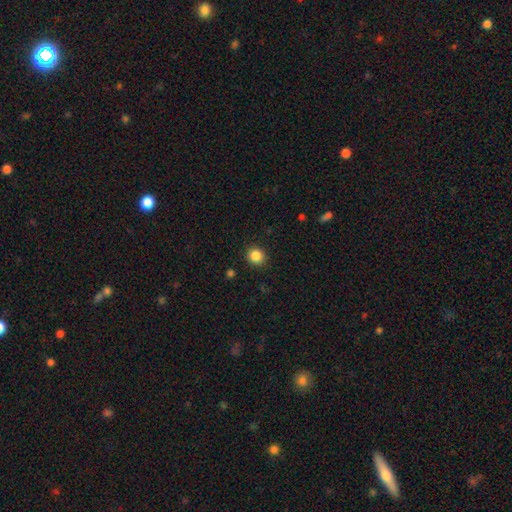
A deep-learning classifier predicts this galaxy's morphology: Q: Smooth or featured?
A: smooth (86%); runner-up: star or artifact (10%)
Q: How rounded?
A: round (84%); runner-up: in between (15%)
Q: Merging?
A: none (91%); runner-up: minor disturbance (6%)